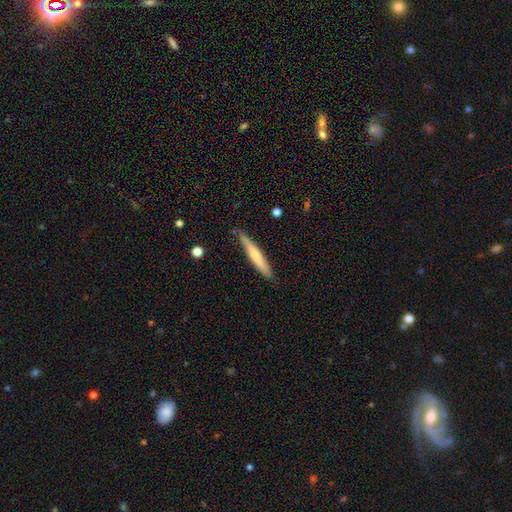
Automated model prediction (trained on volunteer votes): A smooth galaxy with no disk features (59%) that is cigar-shaped (93%). Merging: none (84%).